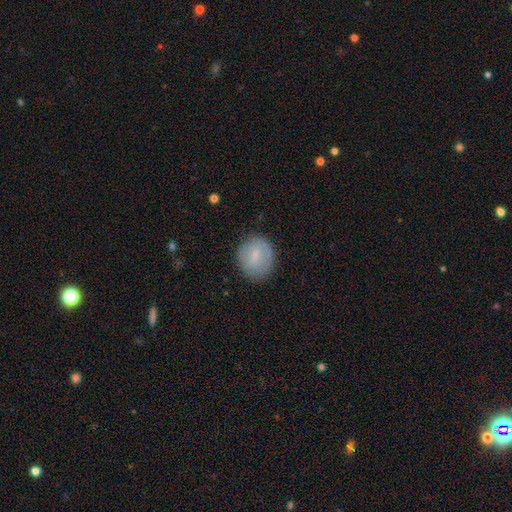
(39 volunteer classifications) A smooth galaxy with no disk features (59%) that is round (78%). Merging: none (49%).